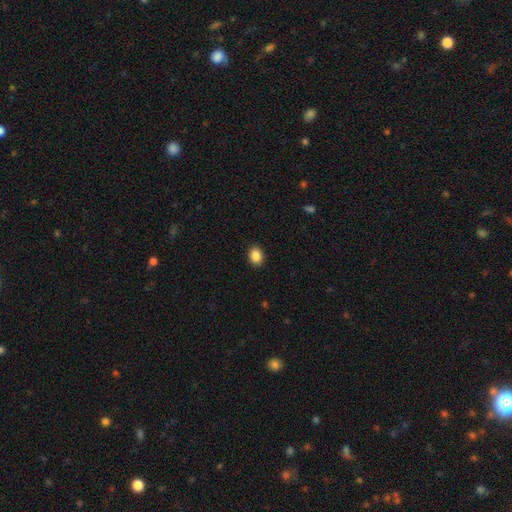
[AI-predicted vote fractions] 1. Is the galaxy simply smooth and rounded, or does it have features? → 88% smooth, 9% star or artifact, 4% featured or disk.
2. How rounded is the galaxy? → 63% in between, 36% round, 1% cigar-shaped.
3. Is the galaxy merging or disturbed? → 90% none, 7% minor disturbance, 2% major disturbance, 1% merger.